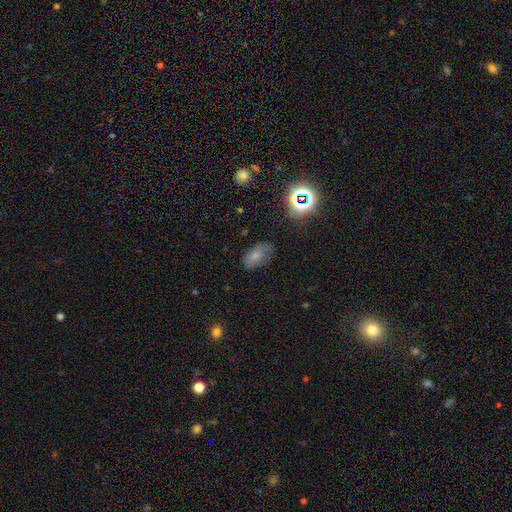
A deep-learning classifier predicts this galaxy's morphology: Smooth or featured: smooth — 67% (featured or disk — 18%)
How rounded: in between — 91% (round — 7%)
Merging: none — 61% (minor disturbance — 27%)